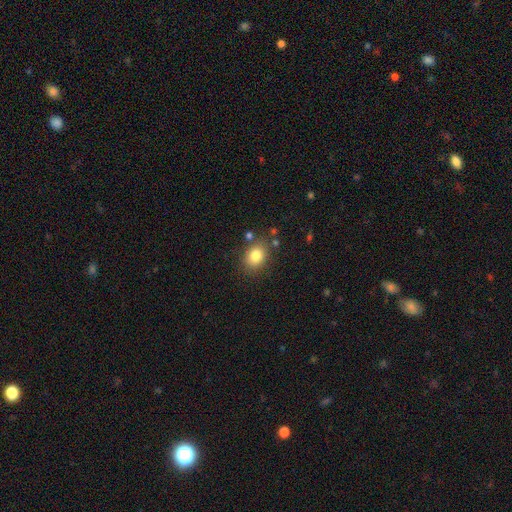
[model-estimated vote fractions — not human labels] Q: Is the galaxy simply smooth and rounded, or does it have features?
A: smooth — 82%.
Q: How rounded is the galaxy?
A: round — 51%.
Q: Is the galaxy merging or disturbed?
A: none — 80%.